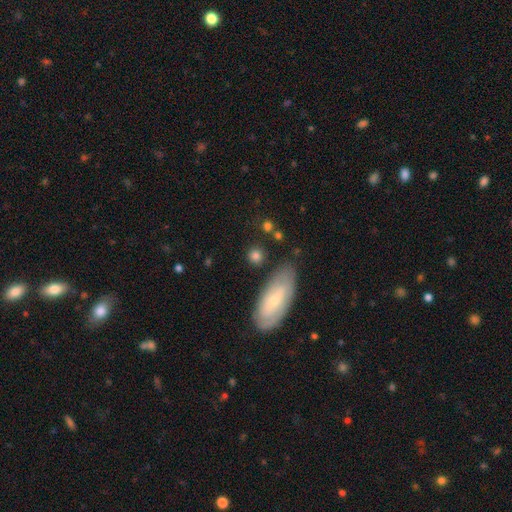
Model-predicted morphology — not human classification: smooth_or_featured: smooth (p=0.81) [alt: featured or disk p=0.10]
how_rounded: round (p=0.77) [alt: in between p=0.20]
merging: none (p=0.79) [alt: minor disturbance p=0.11]